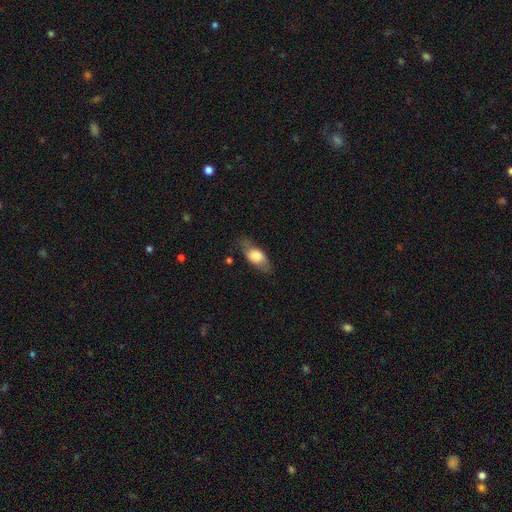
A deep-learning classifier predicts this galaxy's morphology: Overall: smooth (70%). How rounded: in between (83%). Merging: none (73%).